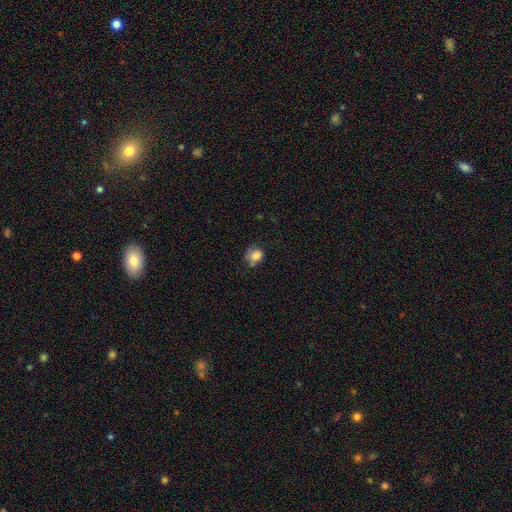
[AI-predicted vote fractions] Morphology: type=smooth (80%); roundness=round (62%); merging=none (45%).